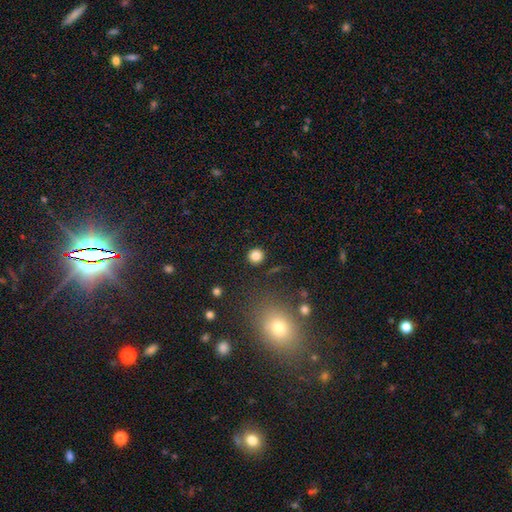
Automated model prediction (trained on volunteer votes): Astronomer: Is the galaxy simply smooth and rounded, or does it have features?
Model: smooth — 83%.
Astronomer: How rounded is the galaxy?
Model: round — 93%.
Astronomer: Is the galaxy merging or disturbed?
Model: none — 90%.